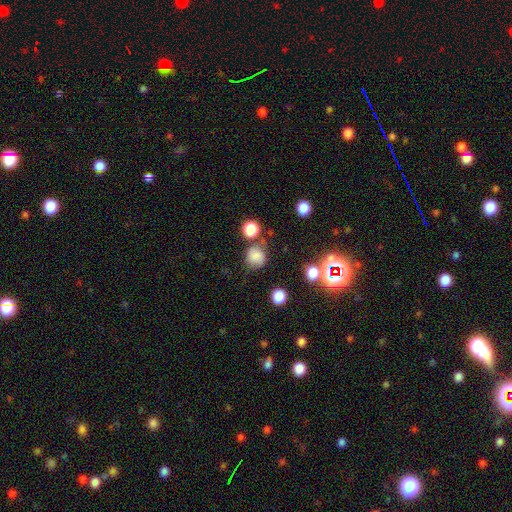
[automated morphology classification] A smooth galaxy with no disk features (78%) that is round (83%).

Vote fractions:
- Smooth or featured? smooth: 78% / star or artifact: 13% / featured or disk: 9%
- How rounded? round: 83% / in between: 16% / cigar-shaped: 1%
- Merging? none: 63% / minor disturbance: 20% / merger: 10% / major disturbance: 7%